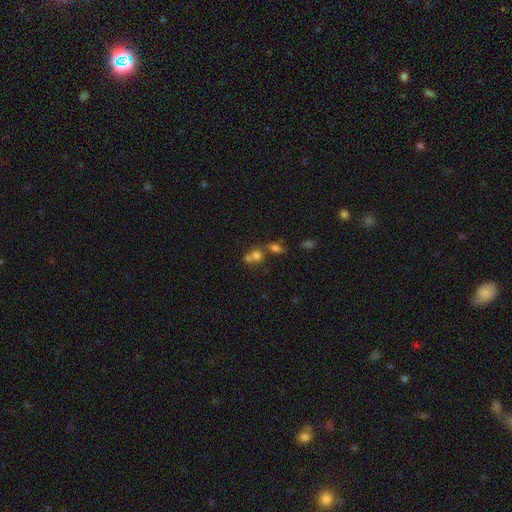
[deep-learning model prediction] Q: Smooth or featured?
A: smooth (69%); runner-up: star or artifact (16%)
Q: How rounded?
A: round (74%); runner-up: in between (24%)
Q: Merging?
A: merger (53%); runner-up: none (36%)